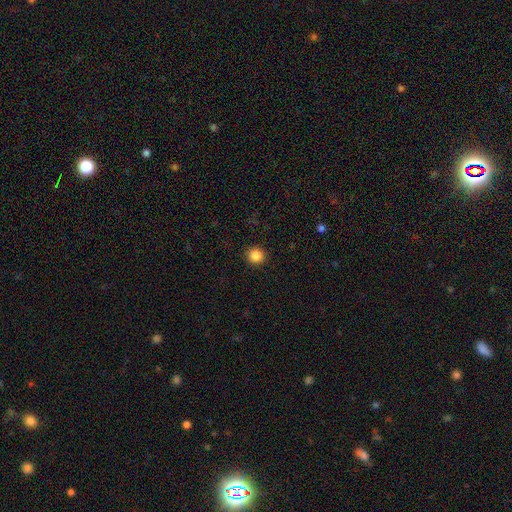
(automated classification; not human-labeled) A smooth galaxy with no disk features (87%) that is round (91%). Merging: none (92%).